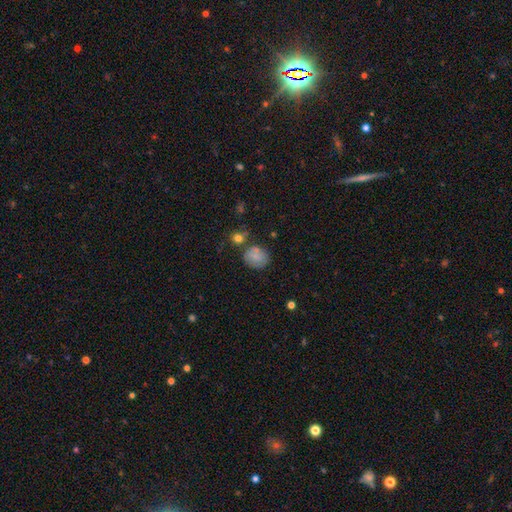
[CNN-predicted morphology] Smooth or featured?
  - smooth: 78% *
  - featured or disk: 12%
  - star or artifact: 10%
How rounded?
  - round: 71% *
  - in between: 28%
  - cigar-shaped: 1%
Merging?
  - none: 67% *
  - minor disturbance: 17%
  - merger: 10%
  - major disturbance: 5%